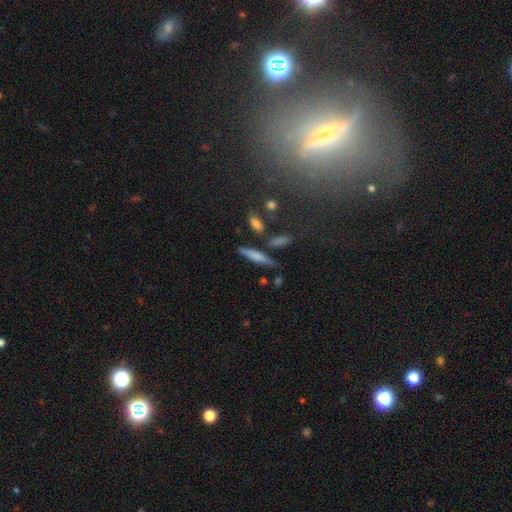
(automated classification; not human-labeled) The model was most divided on "smooth or featured": smooth: 63%, featured or disk: 28%, star or artifact: 8%. More confident: how rounded — cigar-shaped (82%); merging — none (72%).